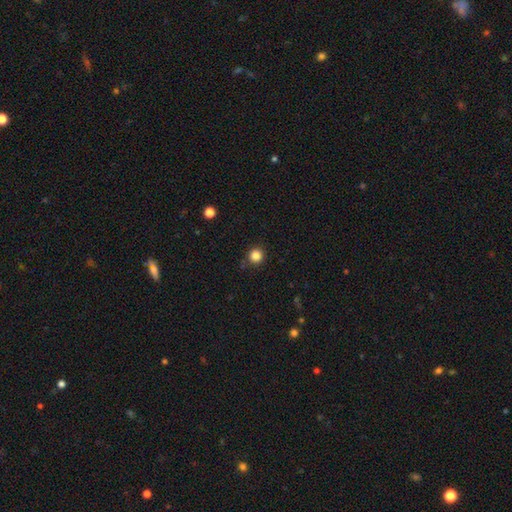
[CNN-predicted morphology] Q: Smooth or featured?
A: smooth (84%); runner-up: star or artifact (12%)
Q: How rounded?
A: round (94%); runner-up: in between (5%)
Q: Merging?
A: none (87%); runner-up: minor disturbance (8%)